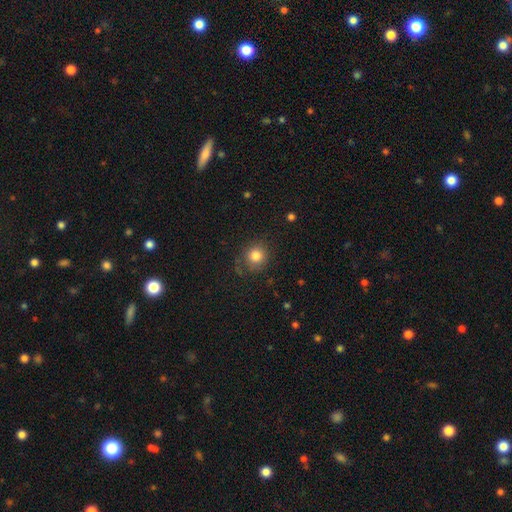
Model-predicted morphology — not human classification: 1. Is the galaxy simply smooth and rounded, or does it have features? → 81% smooth, 11% star or artifact, 7% featured or disk.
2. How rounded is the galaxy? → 88% round, 11% in between, 1% cigar-shaped.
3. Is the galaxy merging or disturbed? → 80% none, 13% minor disturbance, 5% major disturbance, 2% merger.